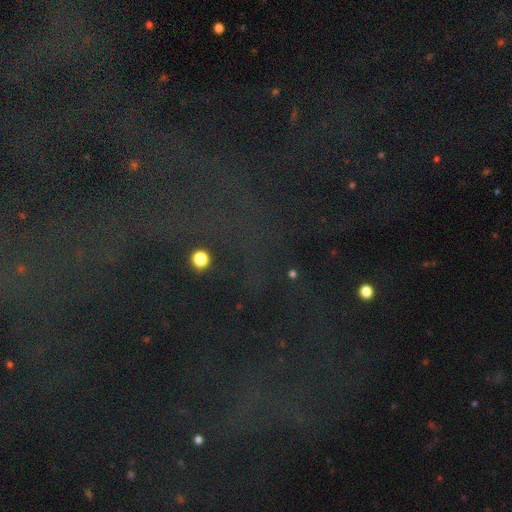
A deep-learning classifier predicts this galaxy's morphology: smooth-or-featured: star or artifact: 76% | smooth: 12% | featured or disk: 12%